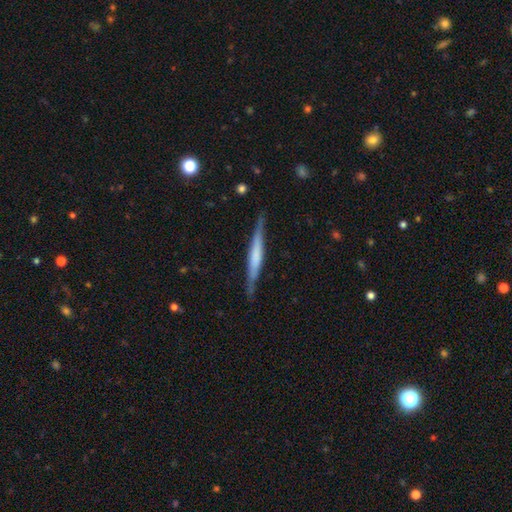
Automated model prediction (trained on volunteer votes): Q: Smooth or featured?
A: featured or disk (58%); runner-up: smooth (37%)
Q: Edge-on disk?
A: yes (97%); runner-up: no (3%)
Q: Edge-on bulge?
A: none (43%); runner-up: boxy (33%)
Q: Merging?
A: none (85%); runner-up: minor disturbance (11%)